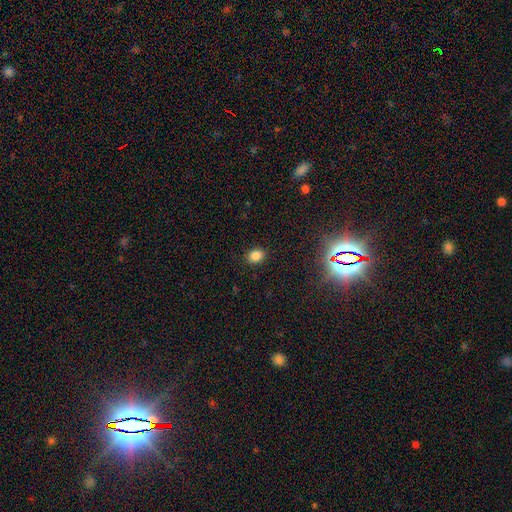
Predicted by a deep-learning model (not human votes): A smooth galaxy with no disk features (84%) that is in between round and cigar-shaped (61%).

Vote fractions:
- Smooth or featured? smooth: 84% / star or artifact: 12% / featured or disk: 4%
- How rounded? in between: 61% / round: 38% / cigar-shaped: 1%
- Merging? none: 88% / minor disturbance: 8% / major disturbance: 2% / merger: 1%